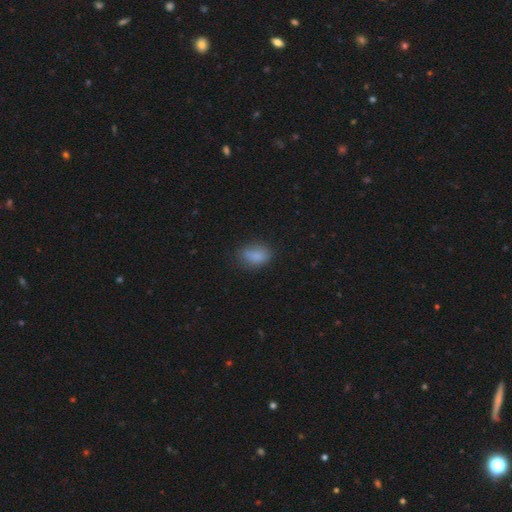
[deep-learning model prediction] The model was most divided on "merging": none: 65%, minor disturbance: 25%, major disturbance: 7%, merger: 2%. More confident: how rounded — in between (84%); smooth or featured — smooth (83%).